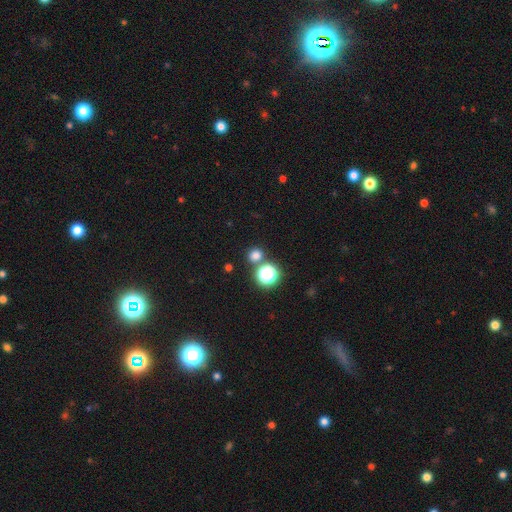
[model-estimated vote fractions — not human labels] A smooth galaxy with no disk features (73%) that is round (87%).

Vote fractions:
- Smooth or featured? smooth: 73% / star or artifact: 23% / featured or disk: 5%
- How rounded? round: 87% / in between: 12% / cigar-shaped: 1%
- Merging? none: 77% / merger: 13% / minor disturbance: 7% / major disturbance: 3%